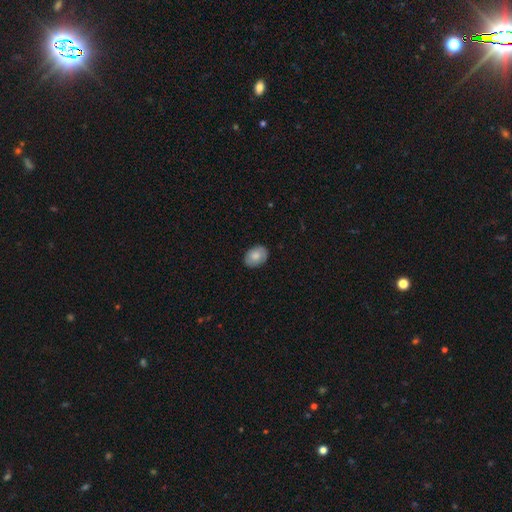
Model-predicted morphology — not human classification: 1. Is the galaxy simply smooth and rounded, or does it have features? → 80% smooth, 13% featured or disk, 7% star or artifact.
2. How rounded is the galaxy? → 76% in between, 23% round, 1% cigar-shaped.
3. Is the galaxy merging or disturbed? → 85% none, 12% minor disturbance, 2% major disturbance, 1% merger.